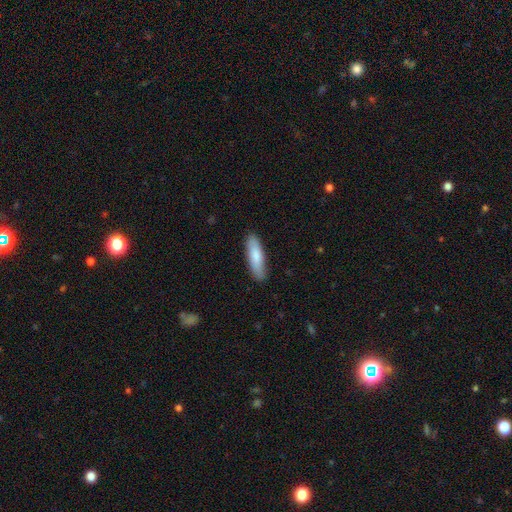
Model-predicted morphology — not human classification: Smooth or featured?
  - smooth: 82% *
  - featured or disk: 13%
  - star or artifact: 5%
How rounded?
  - cigar-shaped: 59% *
  - in between: 39%
  - round: 2%
Merging?
  - none: 87% *
  - minor disturbance: 10%
  - major disturbance: 2%
  - merger: 1%